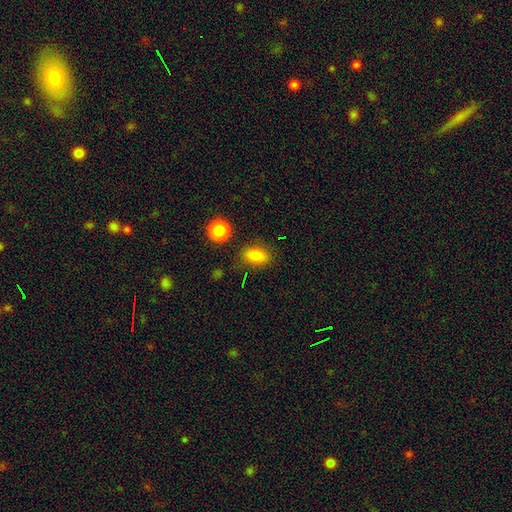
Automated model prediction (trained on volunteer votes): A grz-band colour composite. It shows a smooth galaxy with no disk features (82%) that is in between round and cigar-shaped (79%). Merging: none (81%).